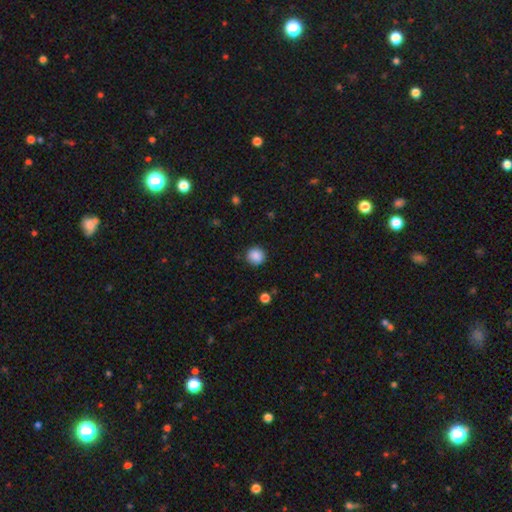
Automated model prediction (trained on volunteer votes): Smooth or featured?
  - smooth: 87% *
  - star or artifact: 9%
  - featured or disk: 3%
How rounded?
  - round: 92% *
  - in between: 7%
  - cigar-shaped: 1%
Merging?
  - none: 89% *
  - minor disturbance: 7%
  - major disturbance: 2%
  - merger: 1%